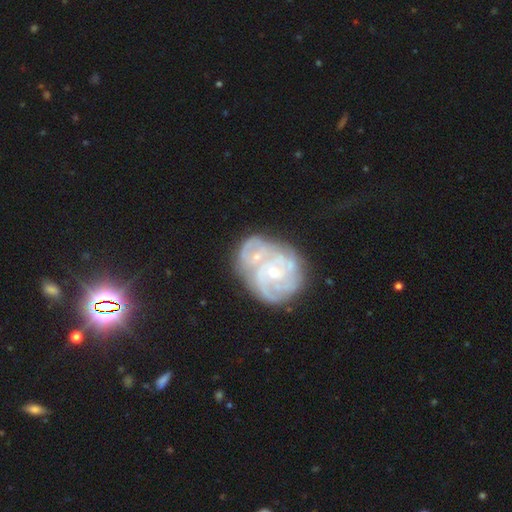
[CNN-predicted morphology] featured or disk 76%, smooth 18%, star or artifact 6%. Down the decision tree: edge-on disk — no (98%); bar — no (69%); spiral arms — yes (82%); spiral arm count — can't tell (36%); spiral winding — tight (61%); bulge size — moderate (45%, tied with small); merging — merger (47%).